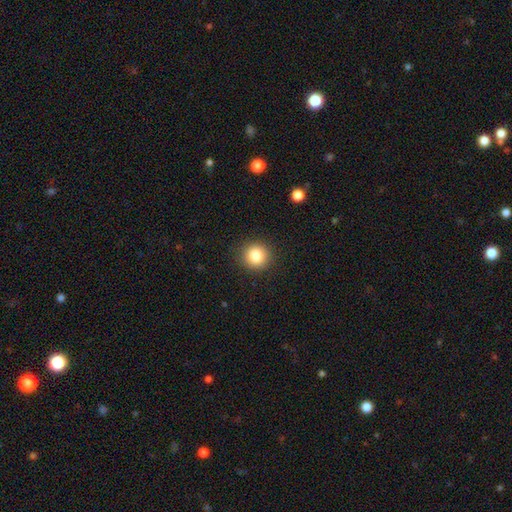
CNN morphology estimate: Q: Smooth or featured?
A: smooth (84%); runner-up: star or artifact (10%)
Q: How rounded?
A: round (91%); runner-up: in between (8%)
Q: Merging?
A: none (91%); runner-up: minor disturbance (6%)